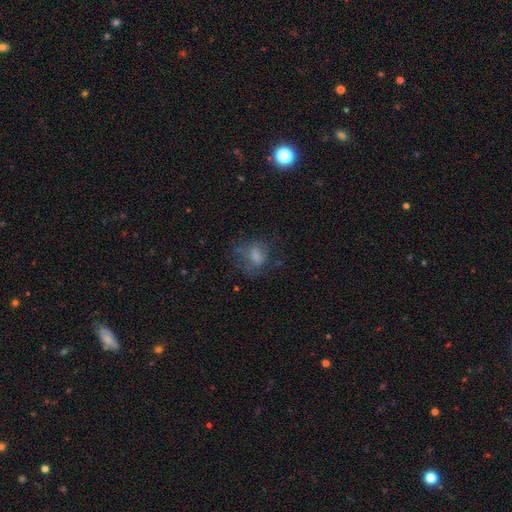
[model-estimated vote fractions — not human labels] smooth 66%, featured or disk 21%, star or artifact 13%. Down the decision tree: how rounded — round (55%); merging — none (50%).